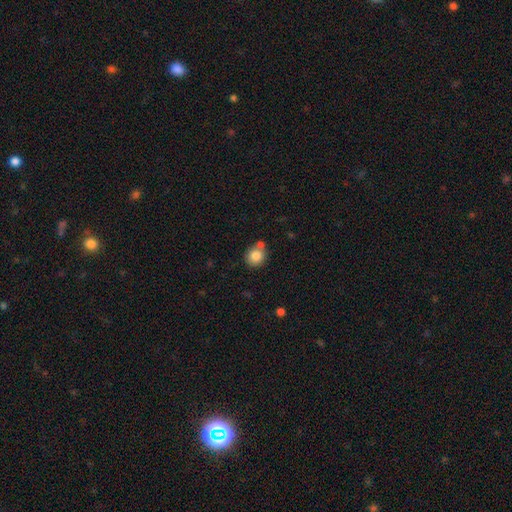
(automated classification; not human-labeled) The model was most divided on "merging": none: 65%, merger: 20%, minor disturbance: 12%, major disturbance: 3%. More confident: smooth or featured — smooth (82%); how rounded — round (82%).